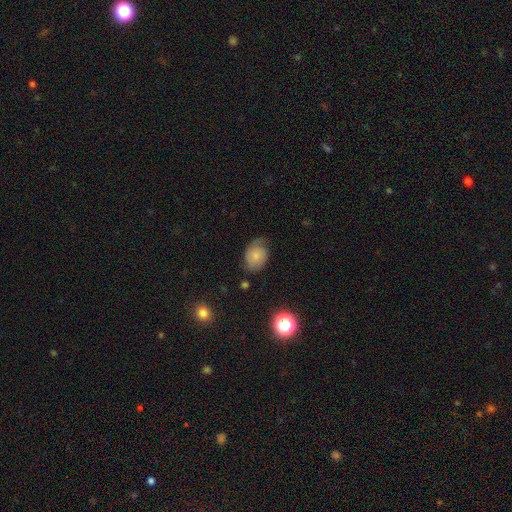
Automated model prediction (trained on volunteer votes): smooth_or_featured: smooth (p=0.56) [alt: featured or disk p=0.34]
how_rounded: in between (p=0.65) [alt: round p=0.34]
merging: none (p=0.51) [alt: minor disturbance p=0.32]